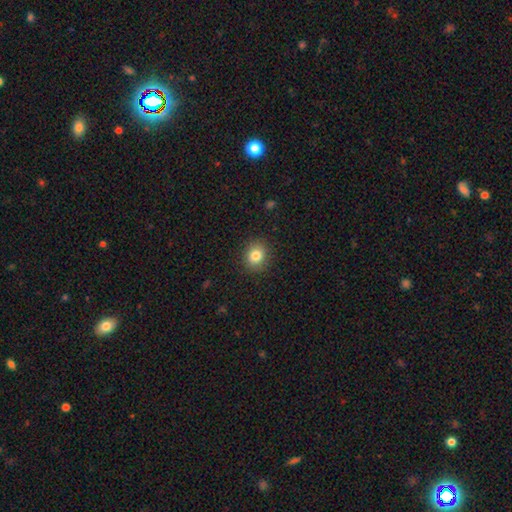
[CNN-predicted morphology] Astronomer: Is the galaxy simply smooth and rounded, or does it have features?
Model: smooth — 82%.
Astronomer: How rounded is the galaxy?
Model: round — 70%.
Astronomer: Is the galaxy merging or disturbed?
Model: none — 89%.